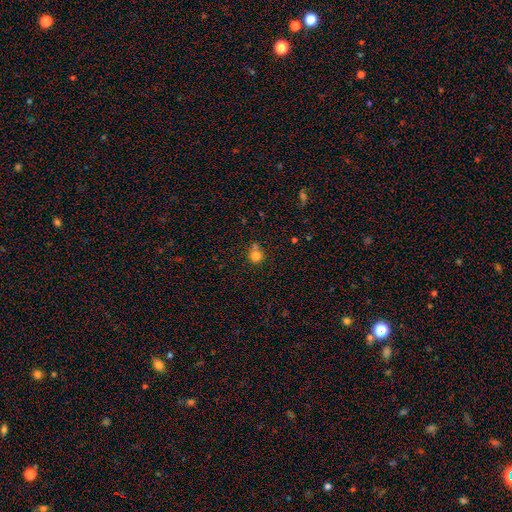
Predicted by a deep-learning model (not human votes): Overall: smooth (80%). How rounded: round (86%). Merging: none (50%; merger 28%).